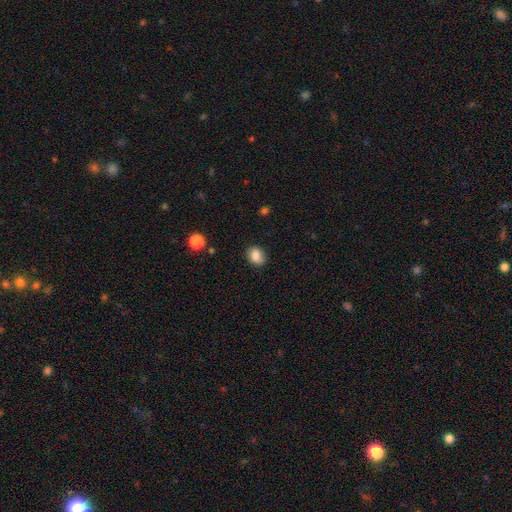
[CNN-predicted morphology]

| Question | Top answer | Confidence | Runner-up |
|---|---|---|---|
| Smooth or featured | smooth | 85% | star or artifact (9%) |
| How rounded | in between | 56% | round (43%) |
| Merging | none | 81% | minor disturbance (14%) |